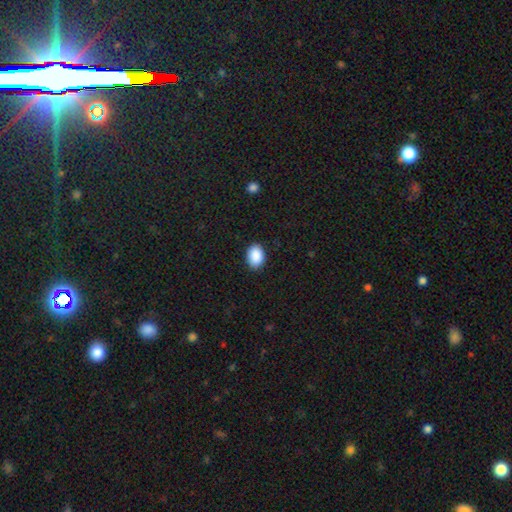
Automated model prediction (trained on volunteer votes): smooth_or_featured: smooth (p=0.90) [alt: star or artifact p=0.07]
how_rounded: in between (p=0.79) [alt: round p=0.20]
merging: none (p=0.87) [alt: minor disturbance p=0.10]